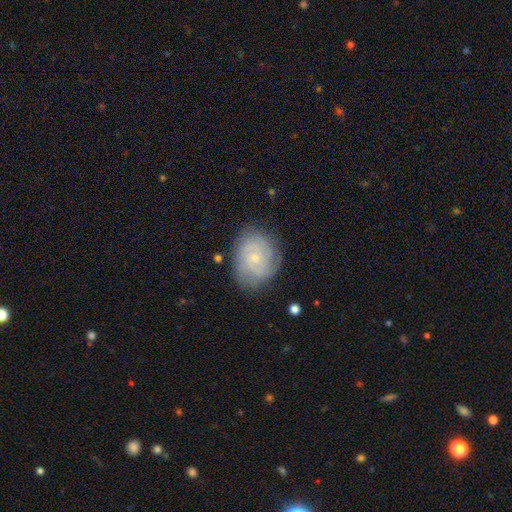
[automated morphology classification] Smooth or featured? featured or disk (44%)
Merging? none (77%)